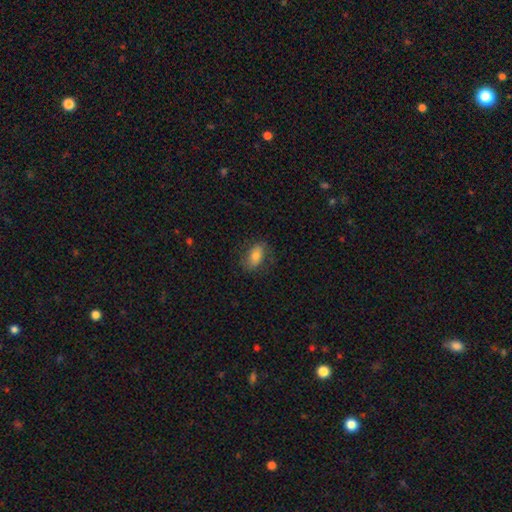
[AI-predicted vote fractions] Smooth or featured? smooth (70%)
How rounded? in between (88%)
Merging? none (74%)